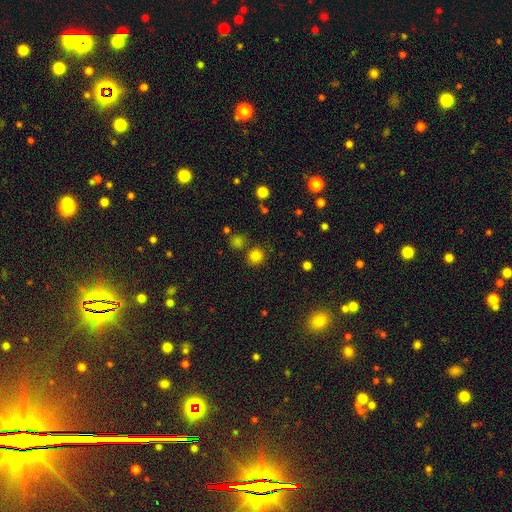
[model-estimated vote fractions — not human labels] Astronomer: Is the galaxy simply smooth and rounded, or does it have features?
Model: smooth — 81%.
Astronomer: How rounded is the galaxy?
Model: round — 90%.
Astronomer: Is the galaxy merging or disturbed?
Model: none — 82%.